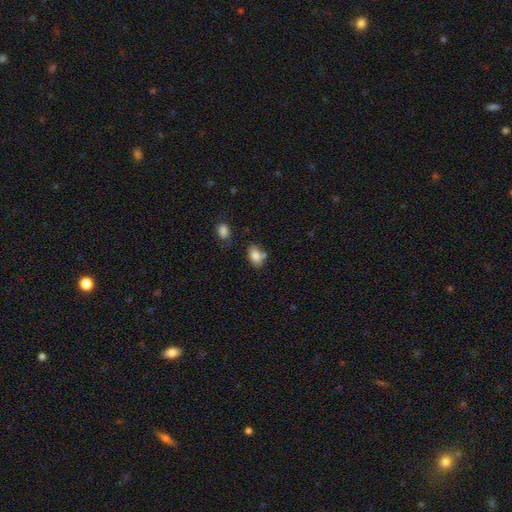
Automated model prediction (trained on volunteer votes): Smooth or featured? Predicted: smooth (p=0.82). How rounded? Predicted: in between (p=0.87). Merging? Predicted: none (p=0.61).